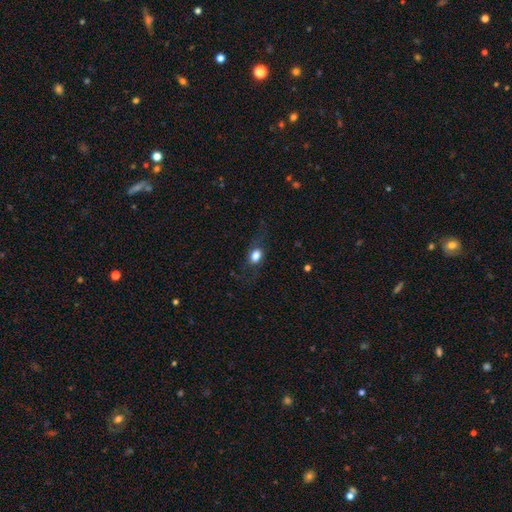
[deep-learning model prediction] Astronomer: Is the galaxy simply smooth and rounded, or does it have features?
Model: smooth — 70%.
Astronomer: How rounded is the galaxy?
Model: in between — 65%.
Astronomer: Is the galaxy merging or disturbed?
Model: none — 67%.